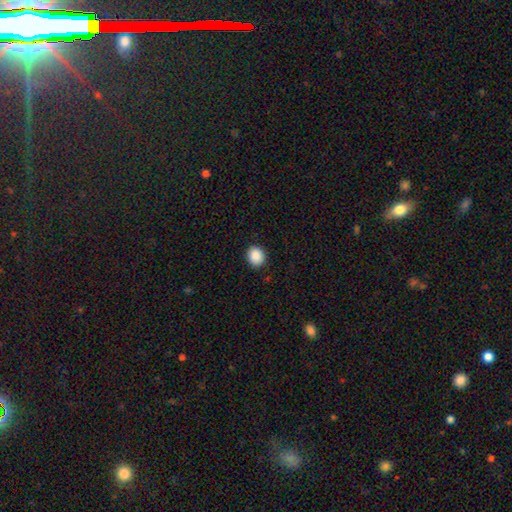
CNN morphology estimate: smooth 89%, star or artifact 8%, featured or disk 3%. Down the decision tree: how rounded — round (68%); merging — none (91%).